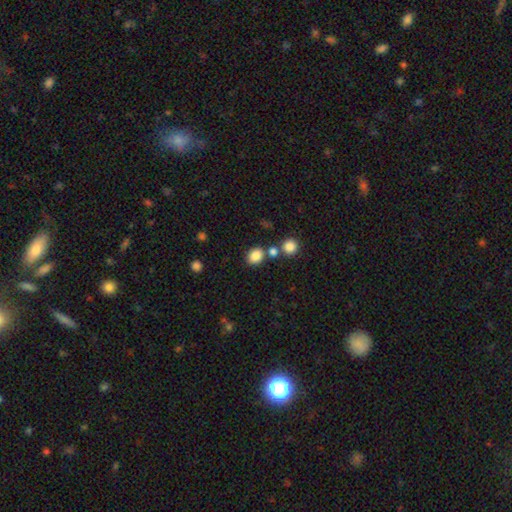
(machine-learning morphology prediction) A smooth galaxy with no disk features (85%) that is in between round and cigar-shaped (51%).

Vote fractions:
- Smooth or featured? smooth: 85% / star or artifact: 10% / featured or disk: 5%
- How rounded? in between: 51% / round: 48% / cigar-shaped: 1%
- Merging? none: 72% / merger: 15% / minor disturbance: 10% / major disturbance: 3%